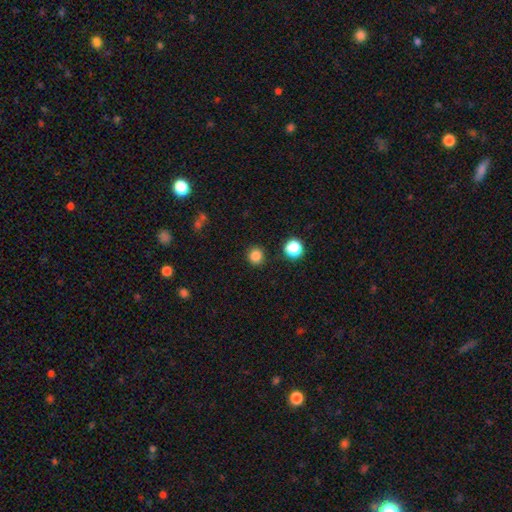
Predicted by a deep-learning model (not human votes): The model was most divided on "smooth or featured": smooth: 84%, star or artifact: 13%, featured or disk: 4%. More confident: how rounded — round (90%); merging — none (89%).